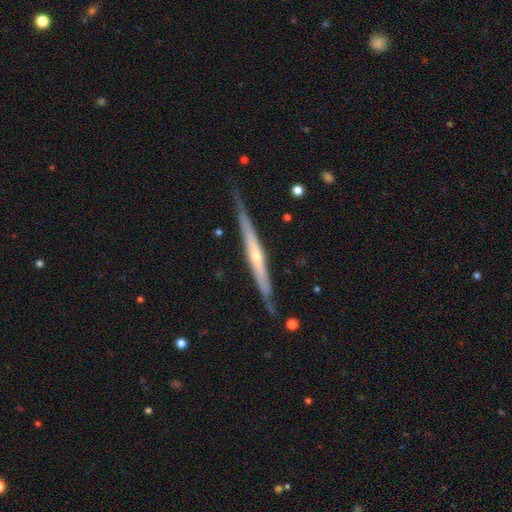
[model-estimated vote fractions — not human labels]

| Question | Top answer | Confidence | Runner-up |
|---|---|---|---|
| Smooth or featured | featured or disk | 76% | smooth (19%) |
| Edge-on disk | yes | 95% | no (5%) |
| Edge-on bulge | rounded | 59% | none (38%) |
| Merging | none | 80% | minor disturbance (16%) |